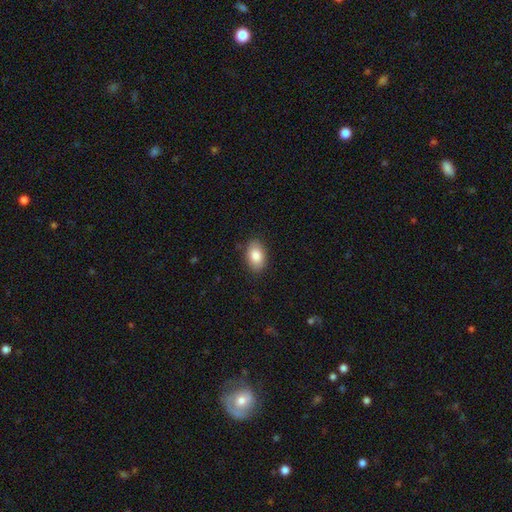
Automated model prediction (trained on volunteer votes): This is clearly a smooth galaxy (84%). How rounded: clearly in between (89%). Merging: clearly none (87%).